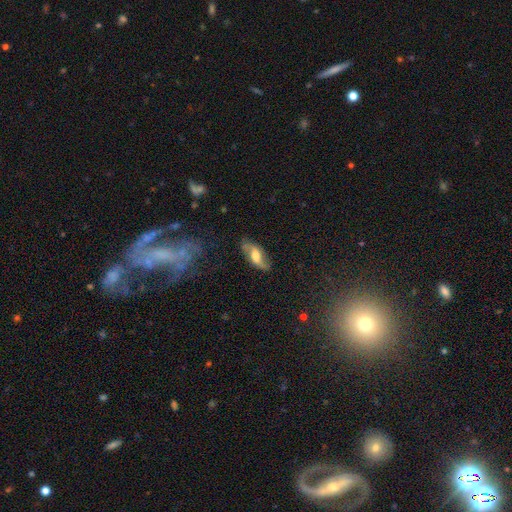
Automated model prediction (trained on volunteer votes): featured or disk 64%, smooth 29%, star or artifact 7%. Down the decision tree: edge-on disk — no (84%); bar — weak (43%); spiral arms — yes (87%); bulge size — moderate (53%); merging — none (75%).